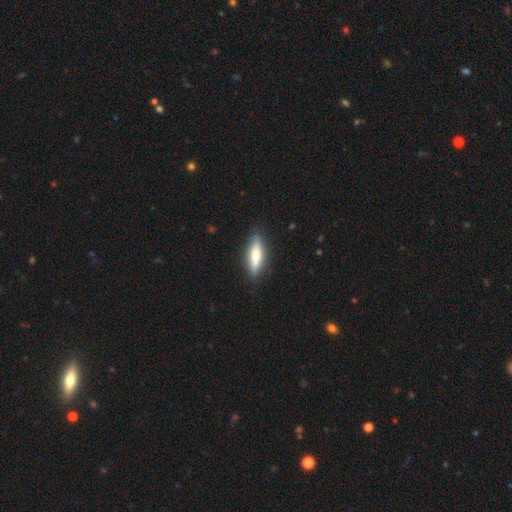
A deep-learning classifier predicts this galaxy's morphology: type=smooth (56%); roundness=cigar-shaped (62%); merging=none (86%).